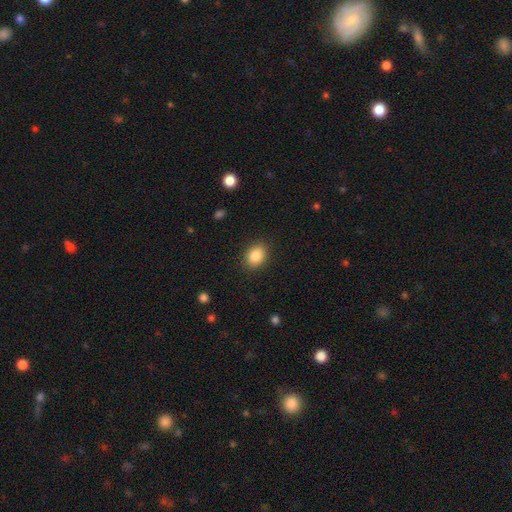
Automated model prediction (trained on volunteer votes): This appears to be a smooth galaxy with no disk features (86%) that is in between round and cigar-shaped (65%). Merging: none (88%).